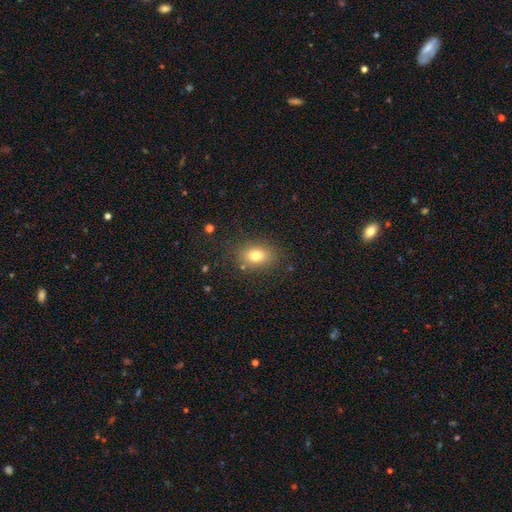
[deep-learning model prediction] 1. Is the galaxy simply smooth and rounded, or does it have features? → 77% smooth, 12% star or artifact, 11% featured or disk.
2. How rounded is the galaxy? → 67% in between, 32% round, 1% cigar-shaped.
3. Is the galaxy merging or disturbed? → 82% none, 11% minor disturbance, 4% major disturbance, 2% merger.